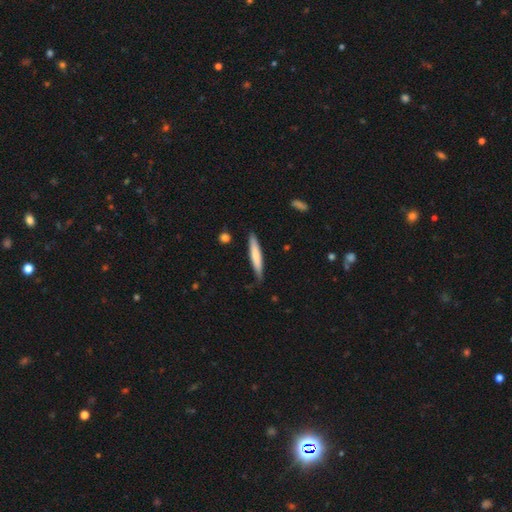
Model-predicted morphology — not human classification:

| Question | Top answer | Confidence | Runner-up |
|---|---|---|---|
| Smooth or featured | smooth | 67% | featured or disk (28%) |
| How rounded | cigar-shaped | 92% | in between (7%) |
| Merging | none | 78% | minor disturbance (18%) |